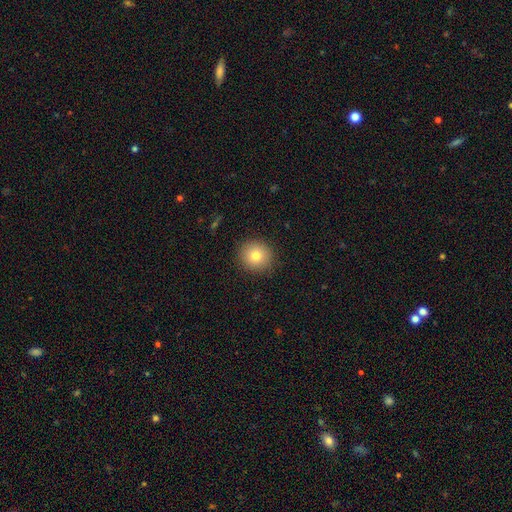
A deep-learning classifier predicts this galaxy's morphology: Smooth or featured: smooth — 79% (star or artifact — 11%)
How rounded: round — 90% (in between — 9%)
Merging: none — 90% (minor disturbance — 7%)